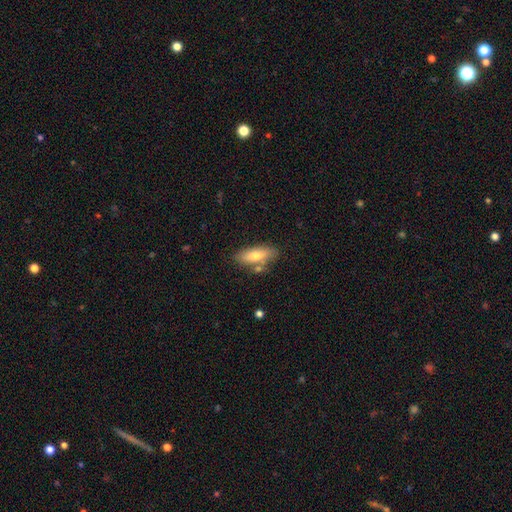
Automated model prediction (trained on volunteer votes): A smooth galaxy with no disk features (69%) that is in between round and cigar-shaped (70%).

Vote fractions:
- Smooth or featured? smooth: 69% / featured or disk: 24% / star or artifact: 7%
- How rounded? in between: 70% / cigar-shaped: 27% / round: 3%
- Merging? none: 74% / minor disturbance: 14% / merger: 9% / major disturbance: 3%